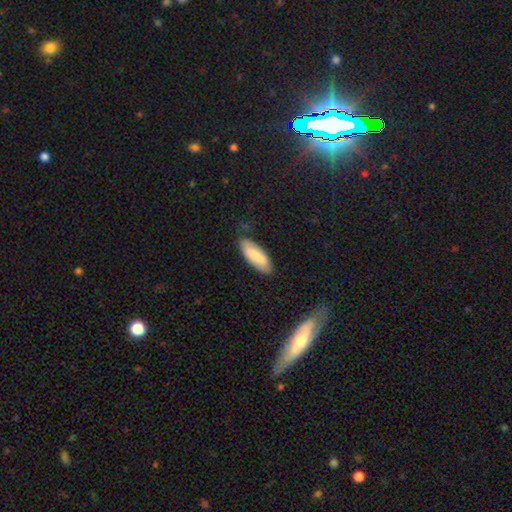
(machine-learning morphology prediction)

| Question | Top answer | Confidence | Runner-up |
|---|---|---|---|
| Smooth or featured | smooth | 81% | featured or disk (13%) |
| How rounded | in between | 70% | cigar-shaped (29%) |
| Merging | none | 80% | minor disturbance (16%) |